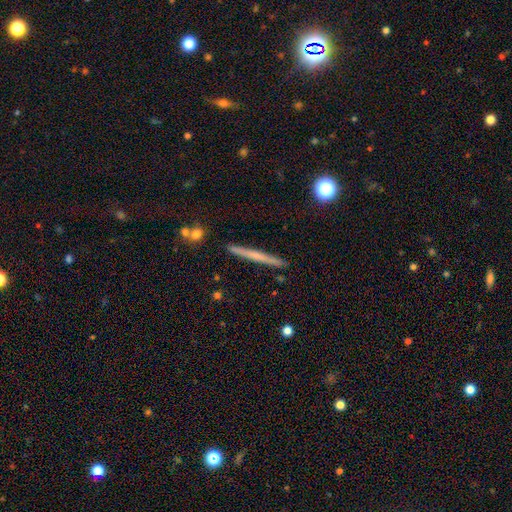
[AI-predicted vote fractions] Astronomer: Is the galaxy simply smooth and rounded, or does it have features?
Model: featured or disk — 48% (runner-up: smooth, 45%).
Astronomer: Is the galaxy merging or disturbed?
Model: none — 91%.